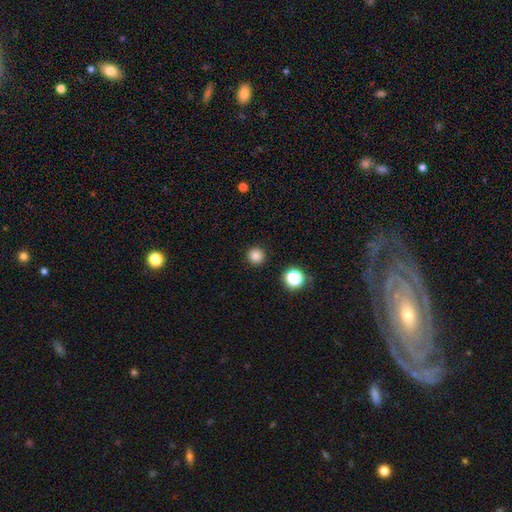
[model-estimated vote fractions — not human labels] smooth 83%, star or artifact 14%, featured or disk 4%. Down the decision tree: how rounded — round (96%); merging — none (92%).